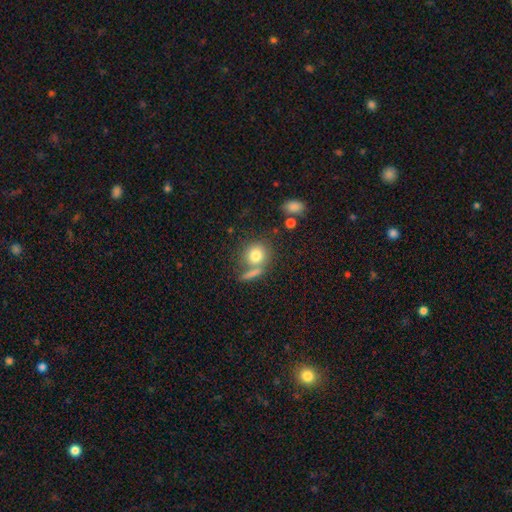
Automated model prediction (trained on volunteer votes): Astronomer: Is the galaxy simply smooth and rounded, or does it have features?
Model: smooth — 79%.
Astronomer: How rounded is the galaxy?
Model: round — 82%.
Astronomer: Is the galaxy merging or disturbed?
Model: none — 57%.